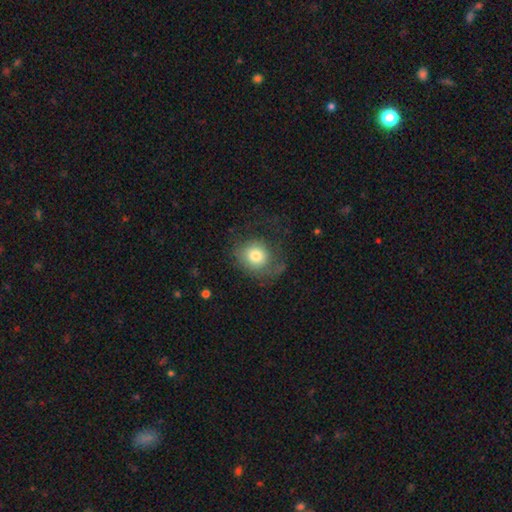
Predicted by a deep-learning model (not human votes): Smooth or featured? smooth (71%)
How rounded? round (80%)
Merging? none (51%)